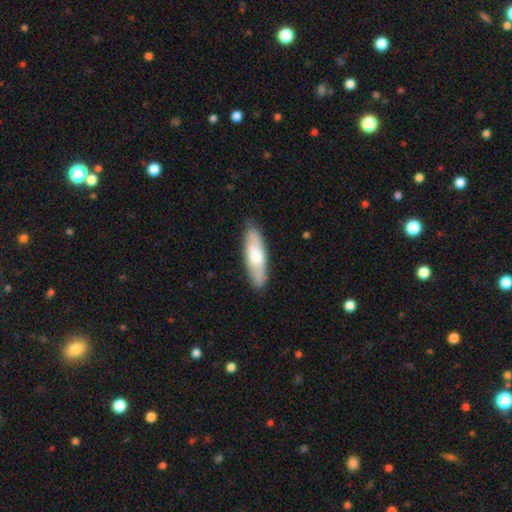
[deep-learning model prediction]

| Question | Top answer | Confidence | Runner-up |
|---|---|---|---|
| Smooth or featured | smooth | 62% | featured or disk (33%) |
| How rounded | cigar-shaped | 53% | in between (45%) |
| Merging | none | 83% | minor disturbance (13%) |